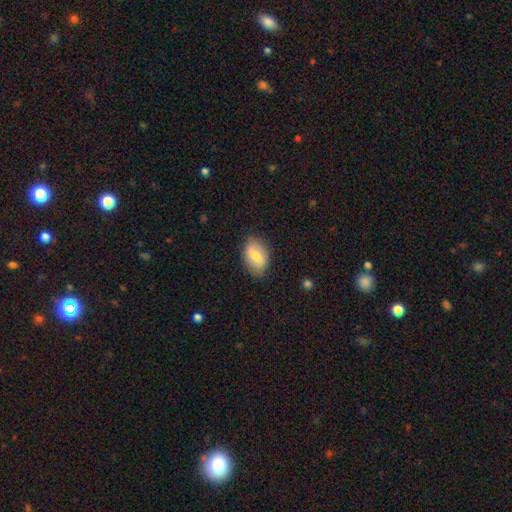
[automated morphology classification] The model was most divided on "smooth or featured": smooth: 69%, featured or disk: 25%, star or artifact: 7%. More confident: how rounded — in between (84%); merging — none (81%).